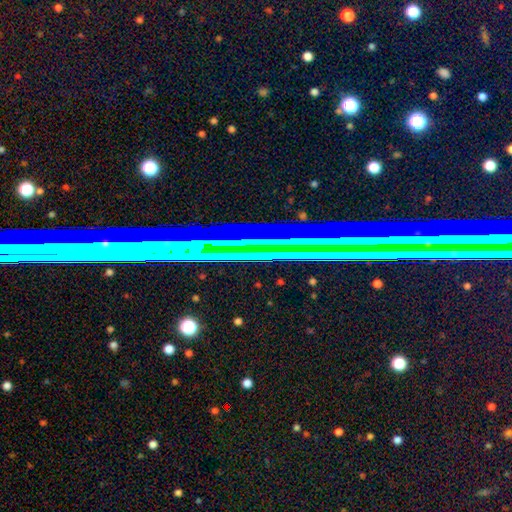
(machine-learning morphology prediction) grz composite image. It shows a star or artifact, not a galaxy (67%).